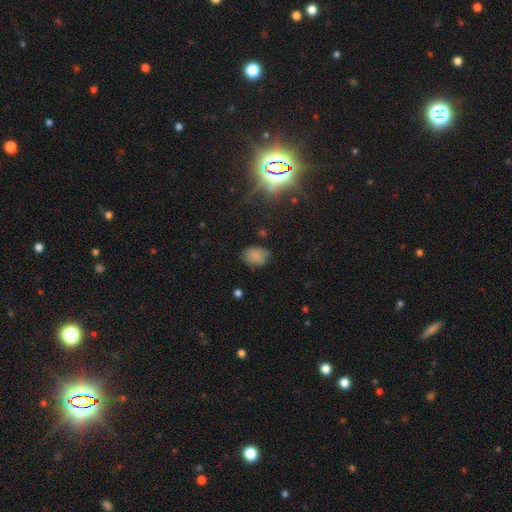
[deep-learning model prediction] Smooth or featured? smooth (79%)
How rounded? in between (73%)
Merging? none (74%)